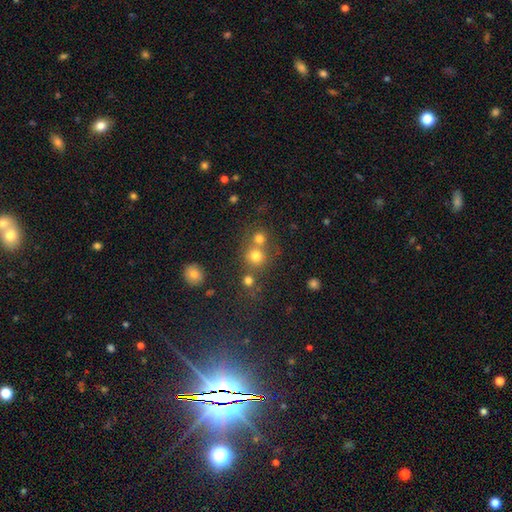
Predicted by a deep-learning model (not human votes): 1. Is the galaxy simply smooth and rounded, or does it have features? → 74% smooth, 17% star or artifact, 10% featured or disk.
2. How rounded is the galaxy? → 87% round, 12% in between, 1% cigar-shaped.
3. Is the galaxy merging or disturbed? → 53% none, 36% merger, 7% minor disturbance, 4% major disturbance.